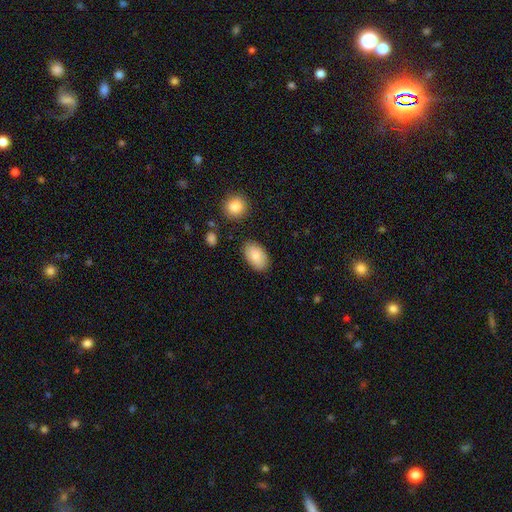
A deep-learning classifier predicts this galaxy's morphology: Smooth or featured: smooth — 85% (featured or disk — 9%)
How rounded: in between — 93% (round — 6%)
Merging: none — 84% (minor disturbance — 11%)